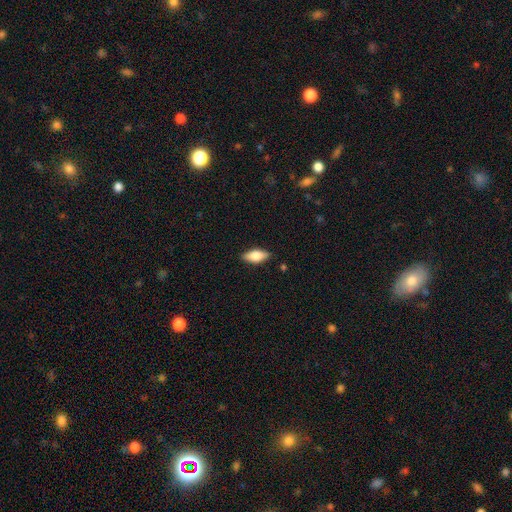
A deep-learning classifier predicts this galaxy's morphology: A smooth galaxy with no disk features (72%) that is in between round and cigar-shaped (81%). Merging: none (86%).